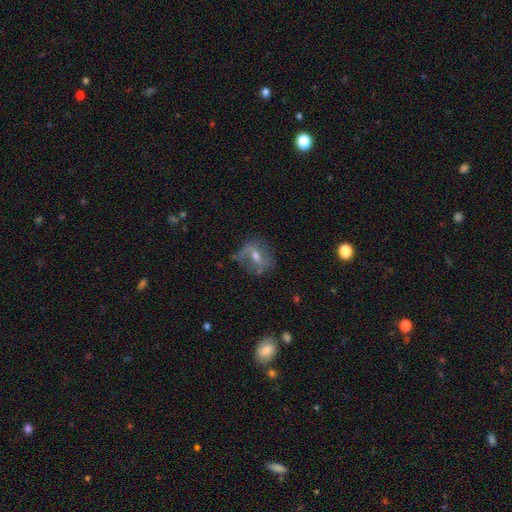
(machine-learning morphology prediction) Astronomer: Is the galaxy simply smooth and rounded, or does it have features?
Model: featured or disk — 55% (runner-up: smooth, 34%).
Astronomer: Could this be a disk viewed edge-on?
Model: no — 93%.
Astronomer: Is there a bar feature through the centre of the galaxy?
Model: weak — 43% (runner-up: no, 35%).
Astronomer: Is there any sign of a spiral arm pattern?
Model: yes — 59% (runner-up: no, 41%).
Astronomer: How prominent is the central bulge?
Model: moderate — 58% (runner-up: small, 34%).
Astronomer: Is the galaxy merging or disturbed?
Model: none — 57%.